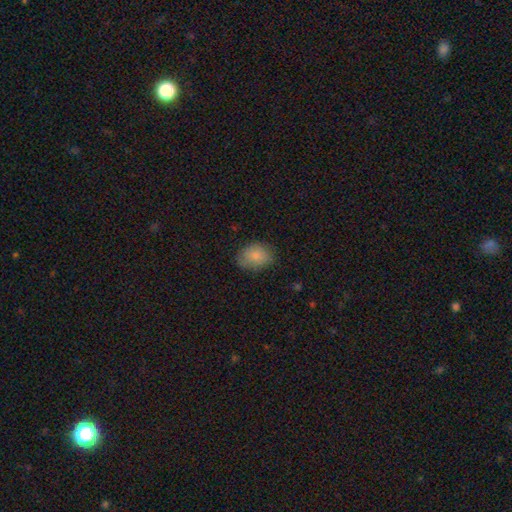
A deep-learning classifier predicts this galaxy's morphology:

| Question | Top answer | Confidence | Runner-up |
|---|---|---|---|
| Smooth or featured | smooth | 83% | featured or disk (9%) |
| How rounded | in between | 66% | round (33%) |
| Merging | none | 76% | minor disturbance (19%) |